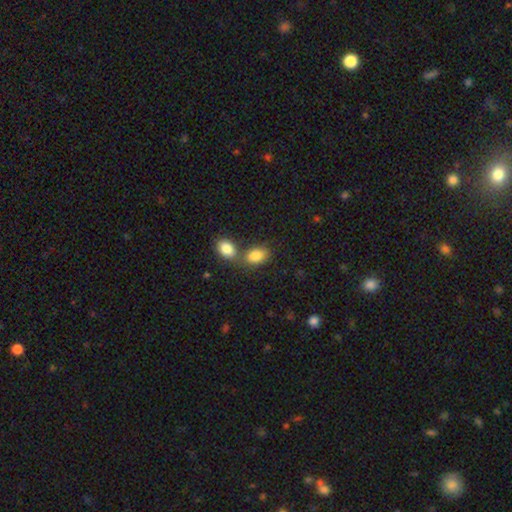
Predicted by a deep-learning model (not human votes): smooth_or_featured: smooth (p=0.85) [alt: star or artifact p=0.08]
how_rounded: in between (p=0.86) [alt: round p=0.12]
merging: merger (p=0.45) [alt: none p=0.41]